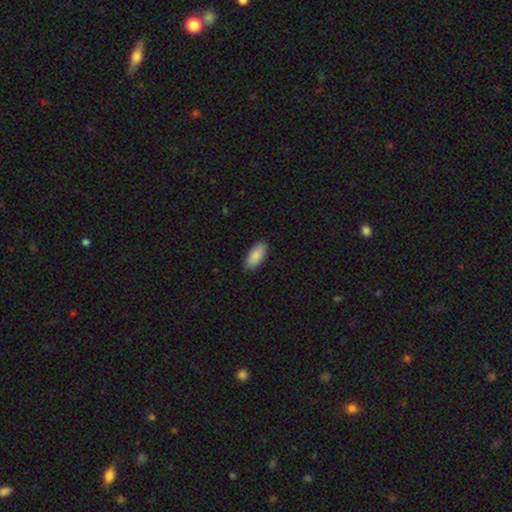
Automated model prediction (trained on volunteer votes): Smooth or featured: smooth — 88% (featured or disk — 6%)
How rounded: in between — 89% (cigar-shaped — 9%)
Merging: none — 88% (minor disturbance — 10%)